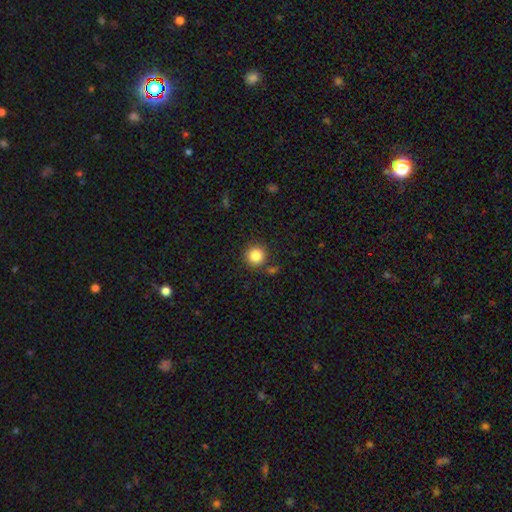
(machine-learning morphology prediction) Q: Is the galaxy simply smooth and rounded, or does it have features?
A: smooth — 85%.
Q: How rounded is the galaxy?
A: round — 94%.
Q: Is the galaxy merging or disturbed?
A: none — 85%.